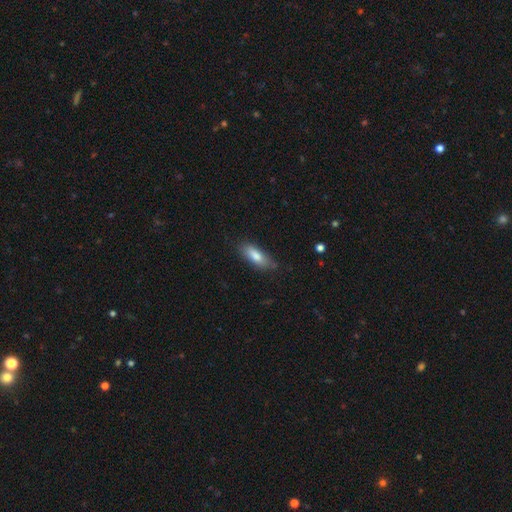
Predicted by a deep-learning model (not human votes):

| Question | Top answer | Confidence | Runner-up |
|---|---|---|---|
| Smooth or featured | smooth | 80% | featured or disk (13%) |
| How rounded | in between | 70% | cigar-shaped (28%) |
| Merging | none | 77% | minor disturbance (18%) |